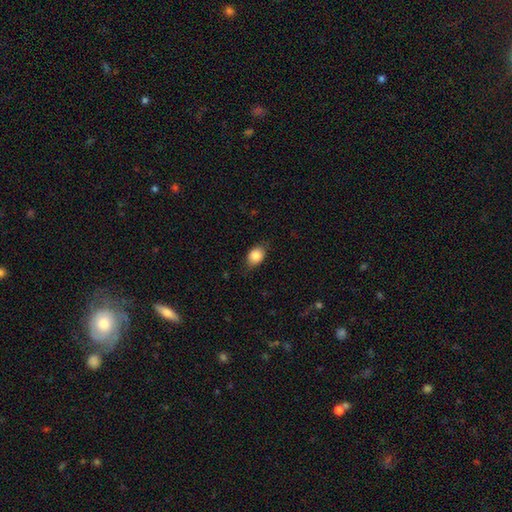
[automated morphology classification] Smooth or featured? Predicted: smooth (p=0.85). How rounded? Predicted: in between (p=0.68). Merging? Predicted: none (p=0.78).